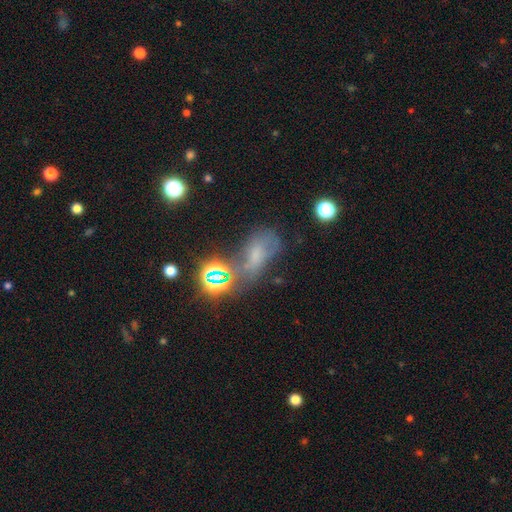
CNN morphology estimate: A smooth galaxy with no disk features (42%). Merging: major disturbance (29%).